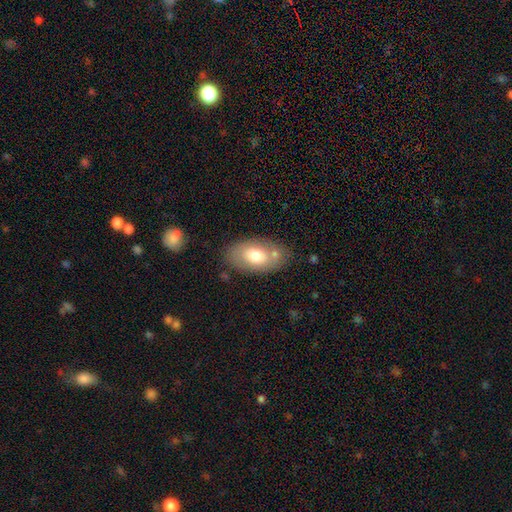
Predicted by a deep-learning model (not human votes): Smooth or featured?
  - smooth: 69% *
  - featured or disk: 24%
  - star or artifact: 7%
How rounded?
  - in between: 91% *
  - round: 7%
  - cigar-shaped: 2%
Merging?
  - none: 69% *
  - minor disturbance: 15%
  - merger: 11%
  - major disturbance: 4%